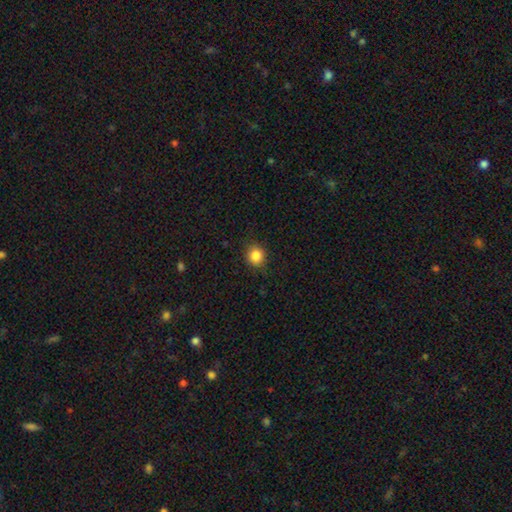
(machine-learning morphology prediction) This appears to be a smooth galaxy with no disk features (85%) that is round (86%). Merging: none (87%).